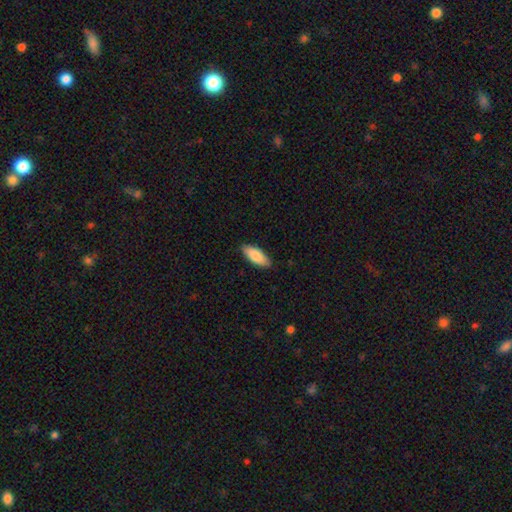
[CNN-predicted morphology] This is clearly a smooth galaxy (84%). How rounded: likely in between (76%). Merging: clearly none (88%).